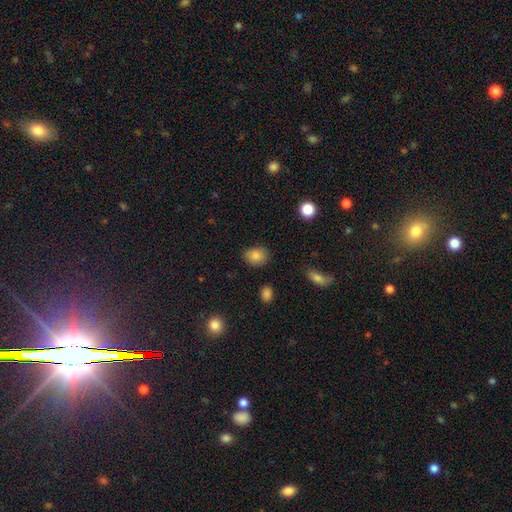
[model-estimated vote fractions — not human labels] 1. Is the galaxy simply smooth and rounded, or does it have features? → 84% smooth, 9% star or artifact, 6% featured or disk.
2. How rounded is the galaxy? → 50% in between, 49% round, 1% cigar-shaped.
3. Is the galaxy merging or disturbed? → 81% none, 14% minor disturbance, 3% major disturbance, 2% merger.